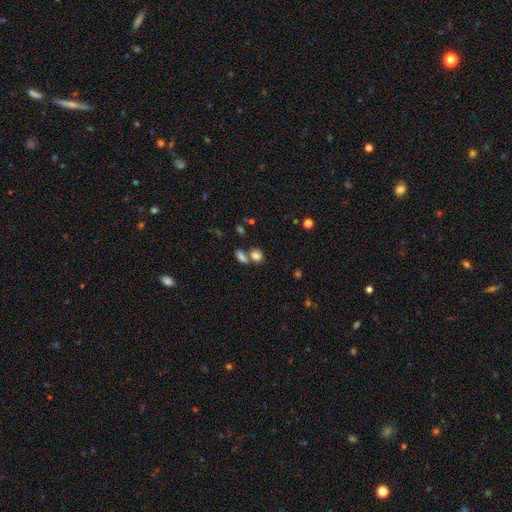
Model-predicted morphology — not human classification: Smooth or featured? smooth (82%)
How rounded? in between (54%)
Merging? none (47%)